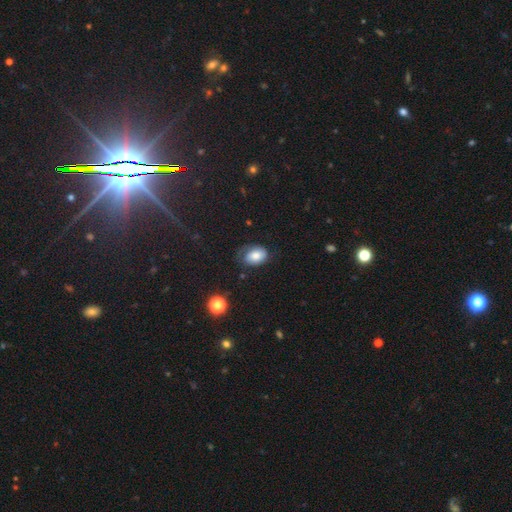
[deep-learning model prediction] Overall: smooth (69%). How rounded: in between (81%). Merging: none (57%; minor disturbance 28%).